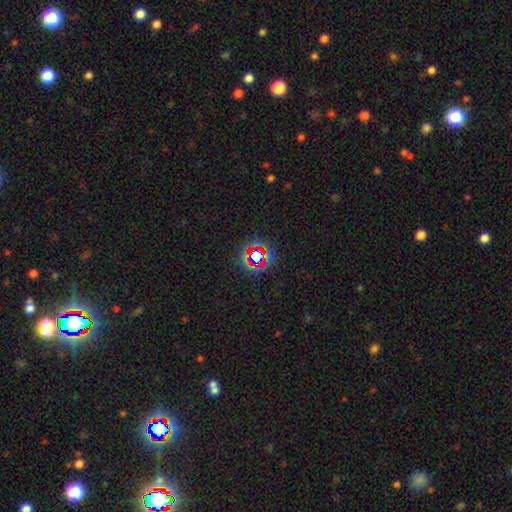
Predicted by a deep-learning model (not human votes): smooth-or-featured: star or artifact: 71% | smooth: 18% | featured or disk: 11%